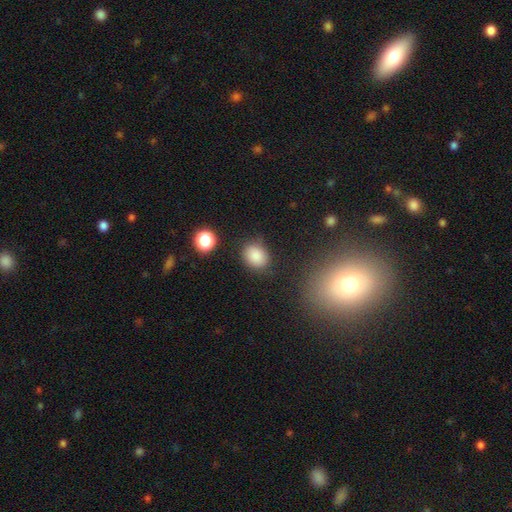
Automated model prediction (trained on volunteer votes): smooth_or_featured: smooth (p=0.85) [alt: star or artifact p=0.10]
how_rounded: in between (p=0.51) [alt: round p=0.48]
merging: none (p=0.79) [alt: minor disturbance p=0.14]